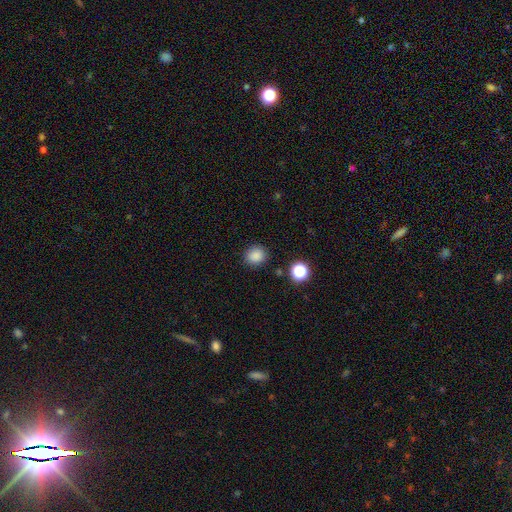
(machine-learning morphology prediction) This appears to be a smooth galaxy with no disk features (85%) that is round (79%). Merging: none (87%).